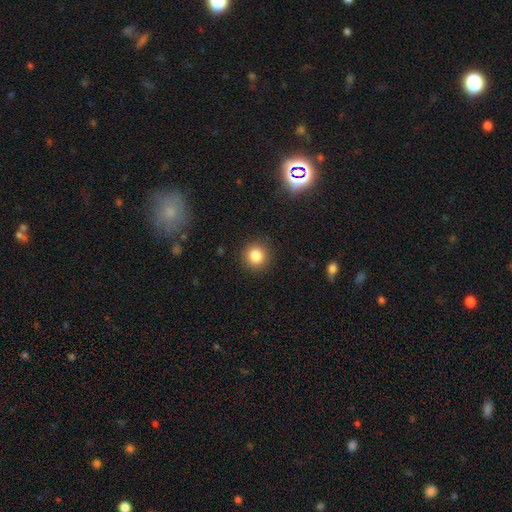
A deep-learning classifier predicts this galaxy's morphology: This is clearly a smooth galaxy (84%). How rounded: clearly round (92%). Merging: clearly none (90%).